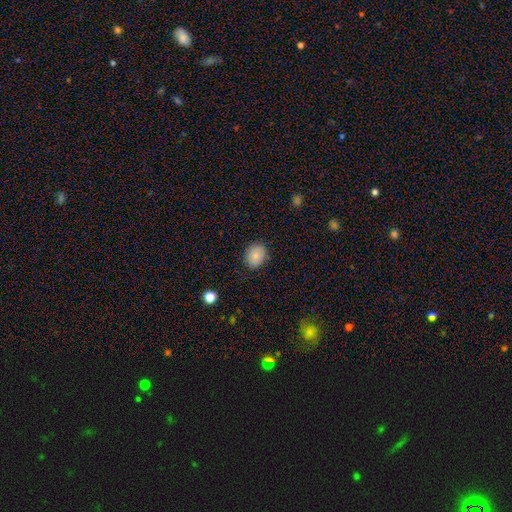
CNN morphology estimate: Smooth or featured? smooth (84%)
How rounded? in between (53%)
Merging? none (82%)